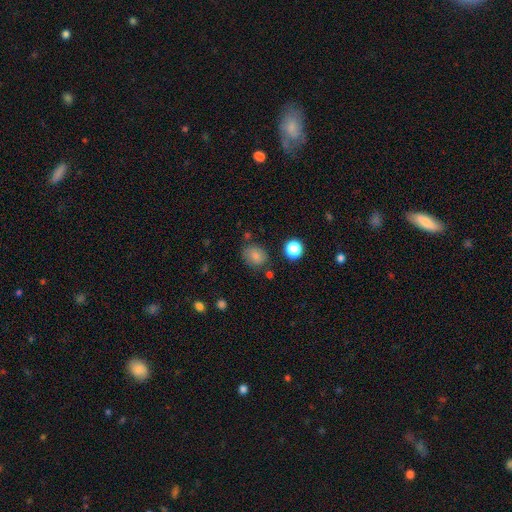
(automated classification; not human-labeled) Morphology: type=smooth (81%); roundness=round (58%); merging=none (75%).